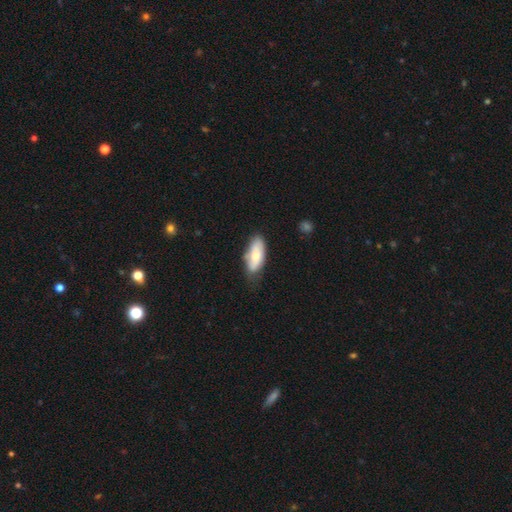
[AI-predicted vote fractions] smooth-or-featured: smooth: 69% | featured or disk: 25% | star or artifact: 6%
  how-rounded: in between: 84% | cigar-shaped: 14% | round: 2%
  merging: none: 65% | minor disturbance: 27% | major disturbance: 5% | merger: 3%